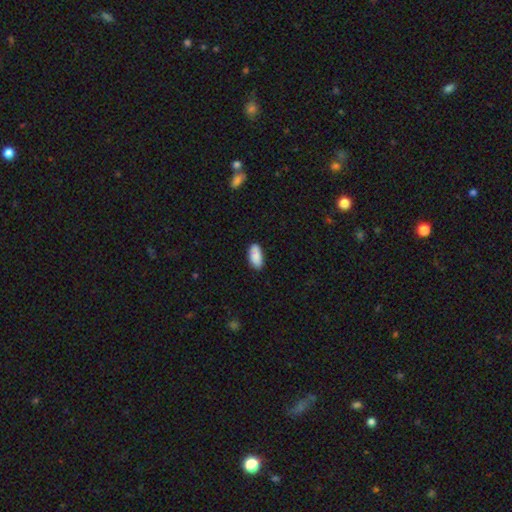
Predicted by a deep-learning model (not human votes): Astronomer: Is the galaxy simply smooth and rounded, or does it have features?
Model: smooth — 88%.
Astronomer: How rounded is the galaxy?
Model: in between — 92%.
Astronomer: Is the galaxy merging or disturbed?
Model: none — 83%.